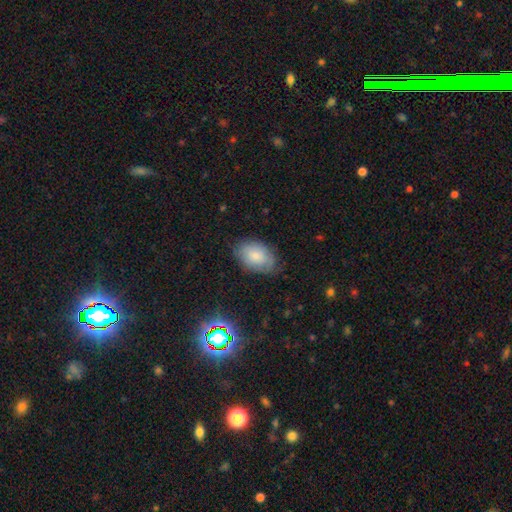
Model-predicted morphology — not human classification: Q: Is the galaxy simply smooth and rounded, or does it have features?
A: smooth — 76%.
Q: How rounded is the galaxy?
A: in between — 88%.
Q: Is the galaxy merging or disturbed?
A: none — 72%.